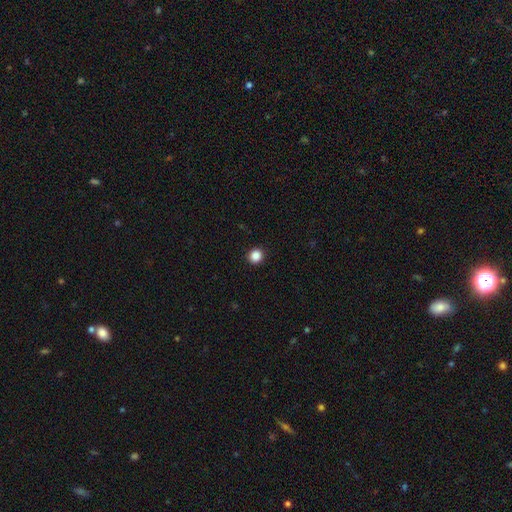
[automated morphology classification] Smooth or featured? Predicted: smooth (p=0.87). How rounded? Predicted: round (p=0.90). Merging? Predicted: none (p=0.93).